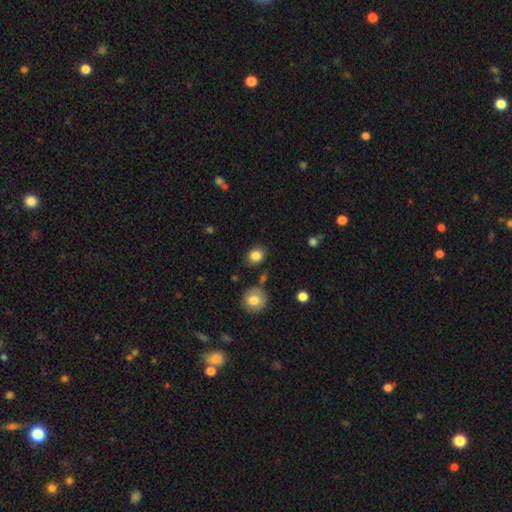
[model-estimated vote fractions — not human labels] smooth_or_featured: smooth (p=0.85) [alt: star or artifact p=0.10]
how_rounded: round (p=0.65) [alt: in between p=0.34]
merging: none (p=0.82) [alt: minor disturbance p=0.11]